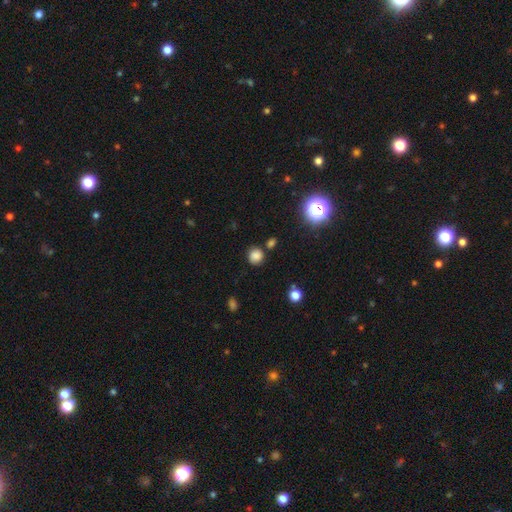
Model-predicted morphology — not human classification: A smooth galaxy with no disk features (80%) that is round (88%).

Vote fractions:
- Smooth or featured? smooth: 80% / star or artifact: 15% / featured or disk: 5%
- How rounded? round: 88% / in between: 11% / cigar-shaped: 1%
- Merging? none: 80% / minor disturbance: 11% / merger: 6% / major disturbance: 3%